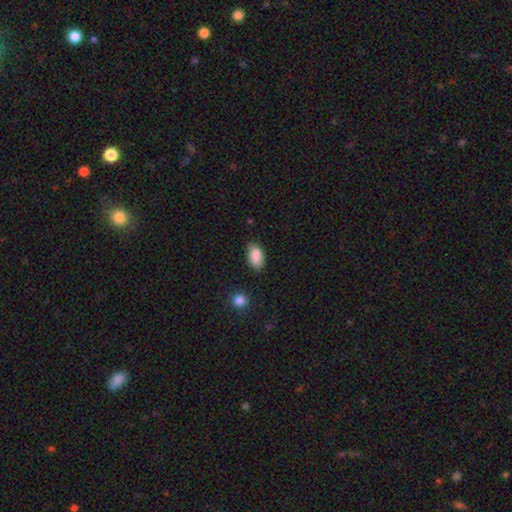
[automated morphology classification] smooth 88%, star or artifact 7%, featured or disk 4%. Down the decision tree: how rounded — in between (92%); merging — none (77%).